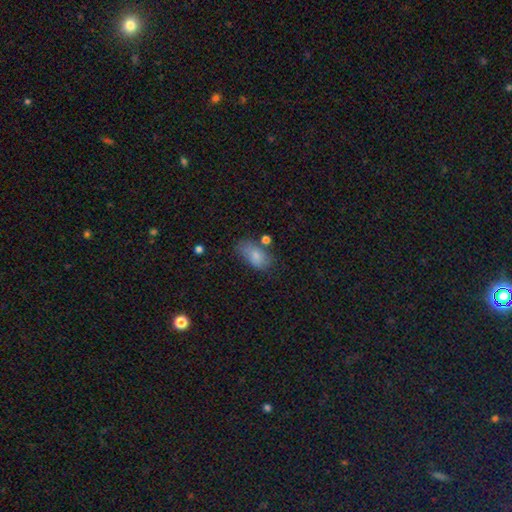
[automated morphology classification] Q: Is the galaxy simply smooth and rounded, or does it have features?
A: smooth — 80%.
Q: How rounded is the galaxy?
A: in between — 91%.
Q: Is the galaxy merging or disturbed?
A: none — 53%.